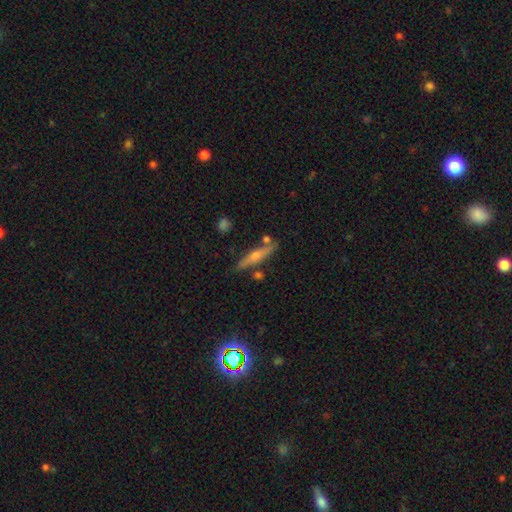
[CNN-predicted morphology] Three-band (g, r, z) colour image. It shows a featured or disk galaxy (54%) viewed edge-on (93%) with a rounded central bulge (85%). Merging: none (79%).